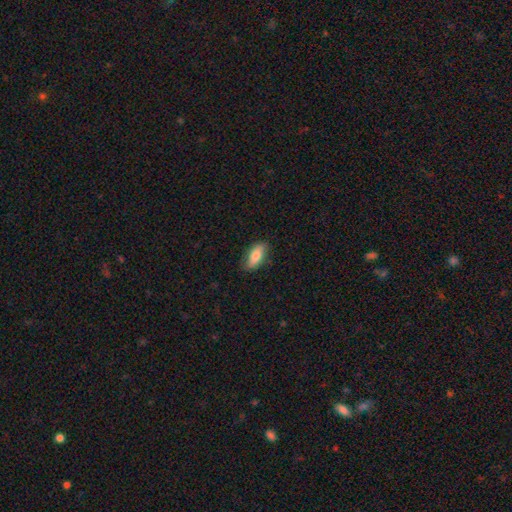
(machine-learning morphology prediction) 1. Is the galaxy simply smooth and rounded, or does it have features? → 73% smooth, 21% featured or disk, 6% star or artifact.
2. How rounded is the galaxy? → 81% in between, 16% cigar-shaped, 3% round.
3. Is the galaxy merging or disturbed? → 81% none, 15% minor disturbance, 3% major disturbance, 1% merger.